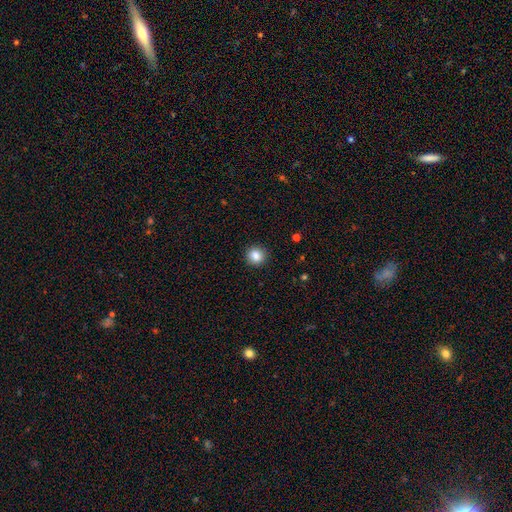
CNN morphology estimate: Smooth or featured?
  - smooth: 86% *
  - star or artifact: 10%
  - featured or disk: 4%
How rounded?
  - round: 89% *
  - in between: 10%
  - cigar-shaped: 1%
Merging?
  - none: 91% *
  - minor disturbance: 6%
  - major disturbance: 2%
  - merger: 1%